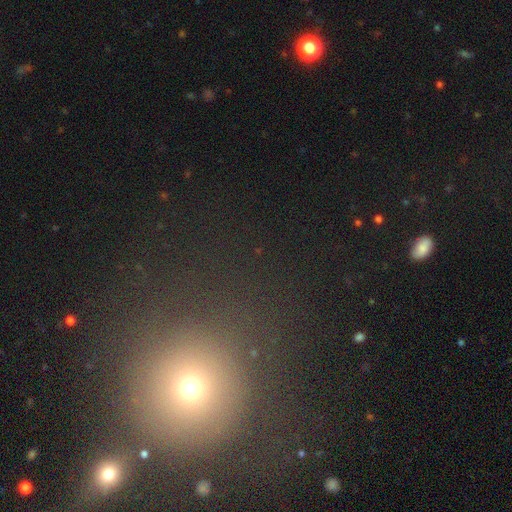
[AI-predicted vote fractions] Smooth or featured? Predicted: smooth (p=0.49). Merging? Predicted: none (p=0.80).